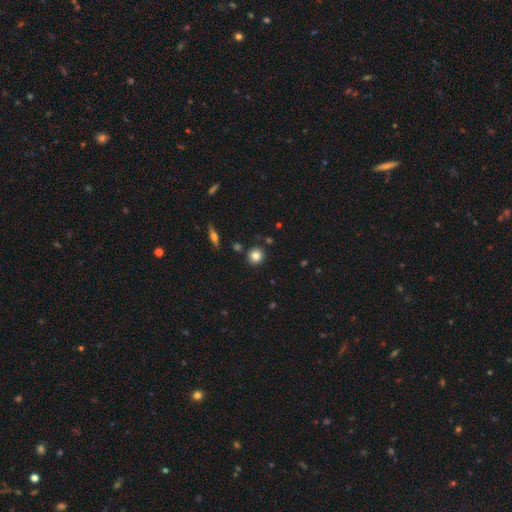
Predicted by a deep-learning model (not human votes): Smooth or featured? smooth (82%)
How rounded? round (90%)
Merging? none (86%)